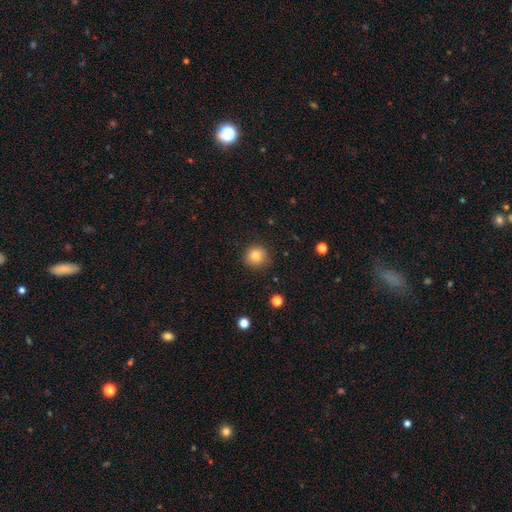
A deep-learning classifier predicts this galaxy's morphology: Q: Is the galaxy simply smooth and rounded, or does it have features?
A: smooth — 81%.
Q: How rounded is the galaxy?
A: round — 91%.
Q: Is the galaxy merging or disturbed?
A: none — 88%.